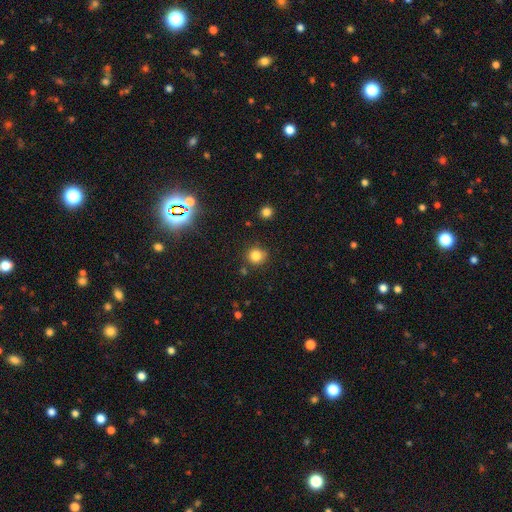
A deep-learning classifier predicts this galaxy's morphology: Smooth or featured? smooth (81%)
How rounded? round (90%)
Merging? none (78%)